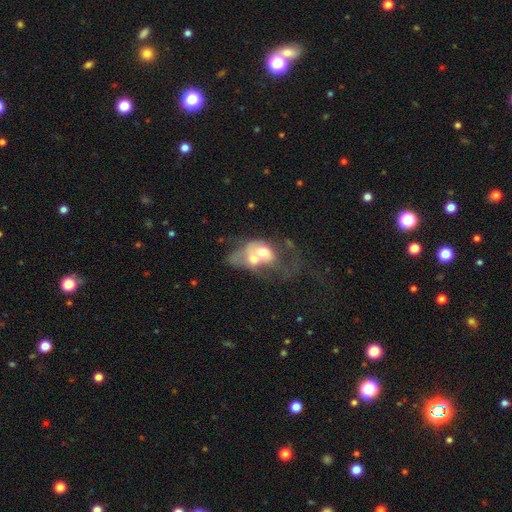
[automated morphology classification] type=featured or disk (51%); edge-on=no (96%); merging=merger (65%).